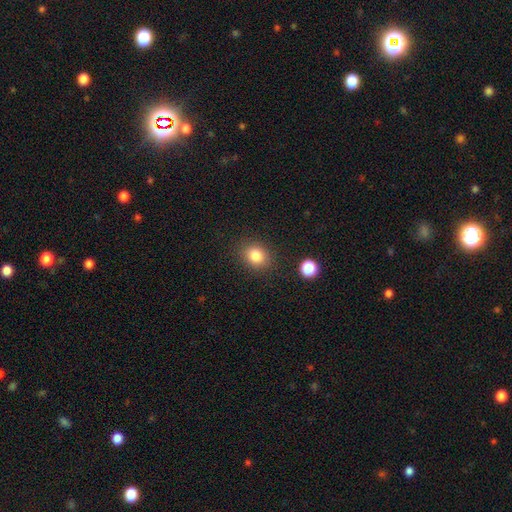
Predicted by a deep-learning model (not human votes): smooth_or_featured: smooth (p=0.84) [alt: star or artifact p=0.11]
how_rounded: round (p=0.63) [alt: in between p=0.36]
merging: none (p=0.85) [alt: minor disturbance p=0.09]